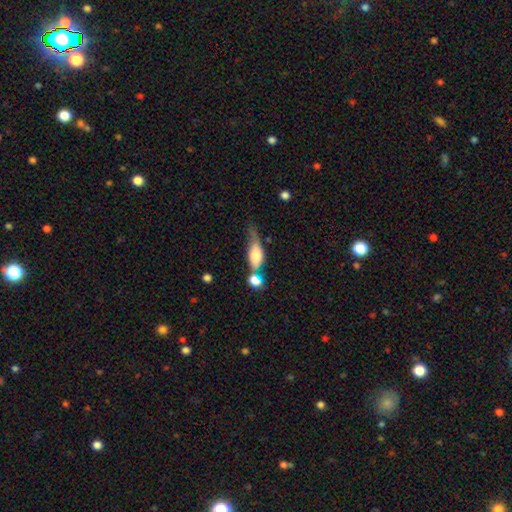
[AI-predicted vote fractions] smooth_or_featured: smooth (p=0.61) [alt: featured or disk p=0.31]
how_rounded: in between (p=0.67) [alt: cigar-shaped p=0.26]
merging: none (p=0.31) [alt: merger p=0.28]